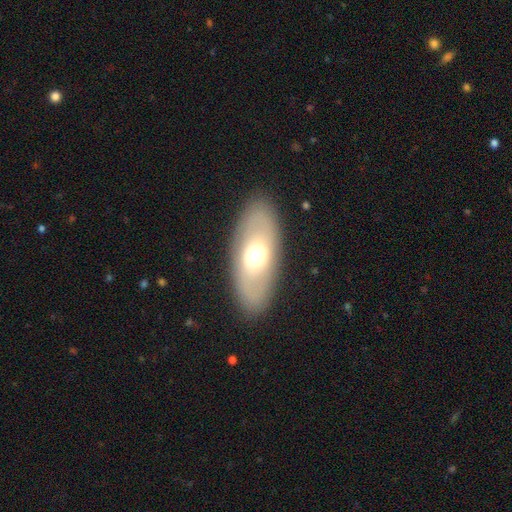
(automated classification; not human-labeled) Smooth or featured: smooth — 52% (featured or disk — 41%)
How rounded: in between — 88% (cigar-shaped — 7%)
Merging: none — 87% (minor disturbance — 9%)